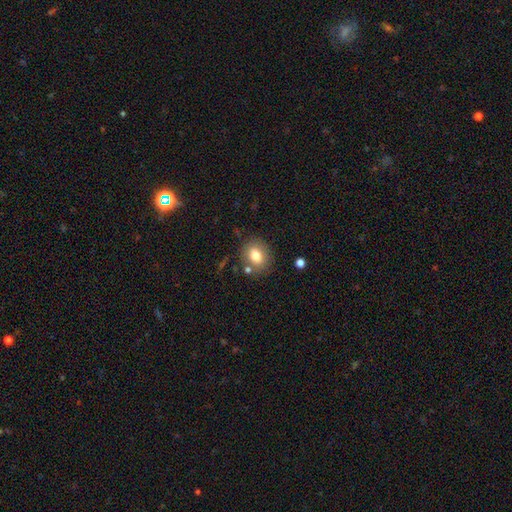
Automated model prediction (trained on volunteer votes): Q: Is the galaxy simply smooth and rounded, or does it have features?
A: smooth — 78%.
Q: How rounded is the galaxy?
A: round — 56%.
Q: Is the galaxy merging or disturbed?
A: none — 77%.